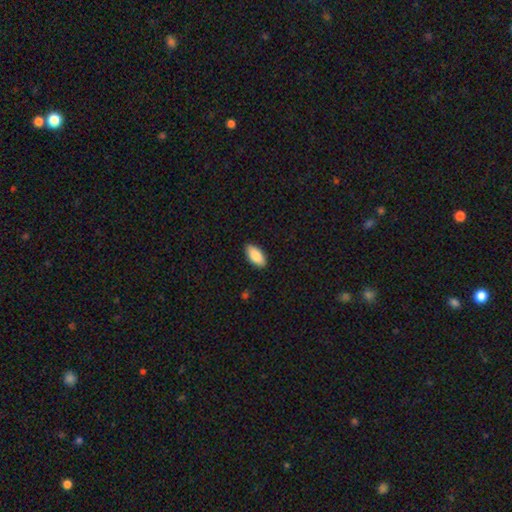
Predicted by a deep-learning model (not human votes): A smooth galaxy with no disk features (89%) that is in between round and cigar-shaped (93%).

Vote fractions:
- Smooth or featured? smooth: 89% / star or artifact: 6% / featured or disk: 6%
- How rounded? in between: 93% / cigar-shaped: 5% / round: 2%
- Merging? none: 89% / minor disturbance: 9% / major disturbance: 2% / merger: 1%